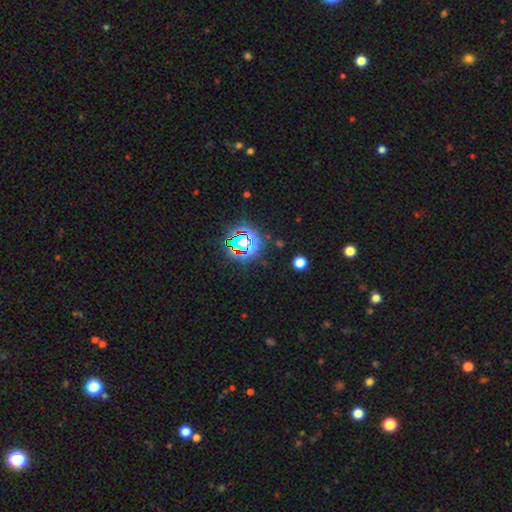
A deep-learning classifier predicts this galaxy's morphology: The model was most divided on "smooth or featured": star or artifact: 79%, smooth: 13%, featured or disk: 7%.